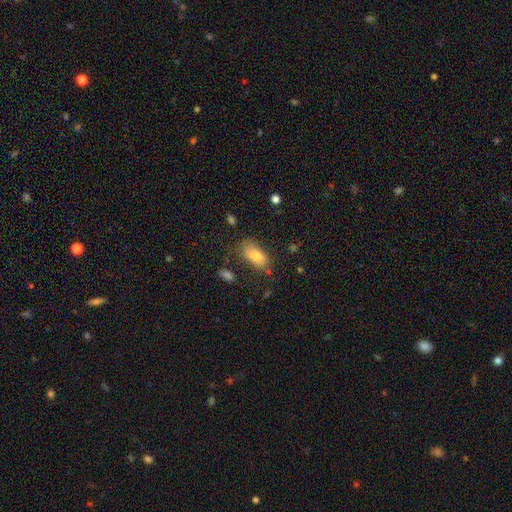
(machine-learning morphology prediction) This appears to be a smooth galaxy with no disk features (79%) that is in between round and cigar-shaped (90%). Merging: none (65%).